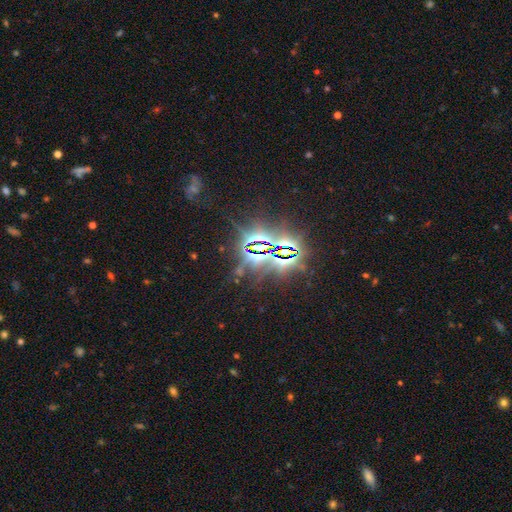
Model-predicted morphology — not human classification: type=star or artifact (78%).